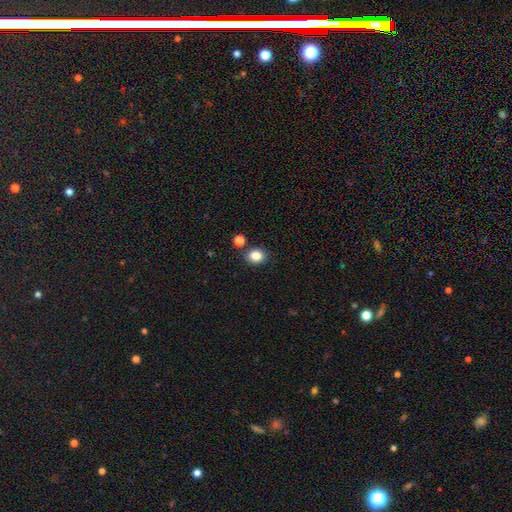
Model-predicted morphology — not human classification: type=smooth (85%); roundness=round (61%); merging=none (80%).